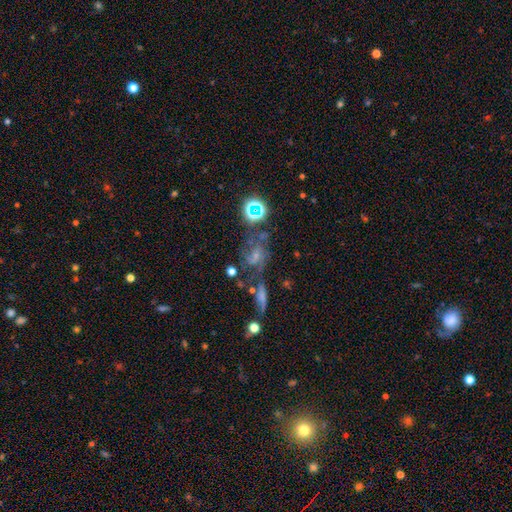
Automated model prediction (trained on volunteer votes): featured or disk 46%, smooth 31%, star or artifact 23%. Down the decision tree: merging — none (40%).